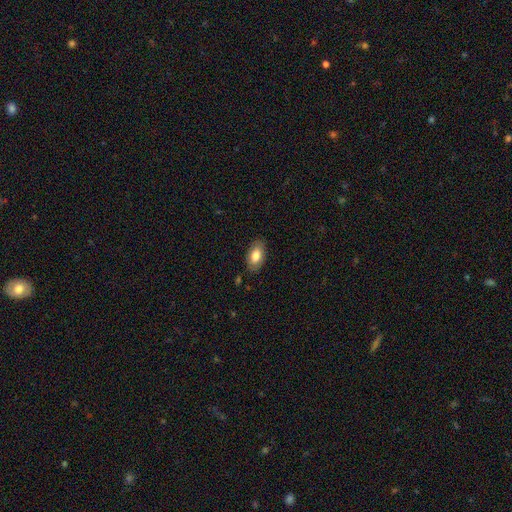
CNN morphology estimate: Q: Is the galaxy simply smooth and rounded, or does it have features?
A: smooth — 79%.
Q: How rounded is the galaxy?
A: in between — 93%.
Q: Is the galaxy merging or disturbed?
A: none — 85%.